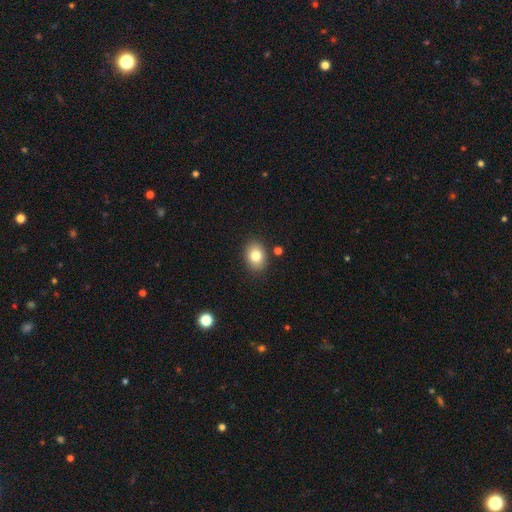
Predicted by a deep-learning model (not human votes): Overall: smooth (81%). How rounded: in between (67%; round 32%). Merging: none (85%).